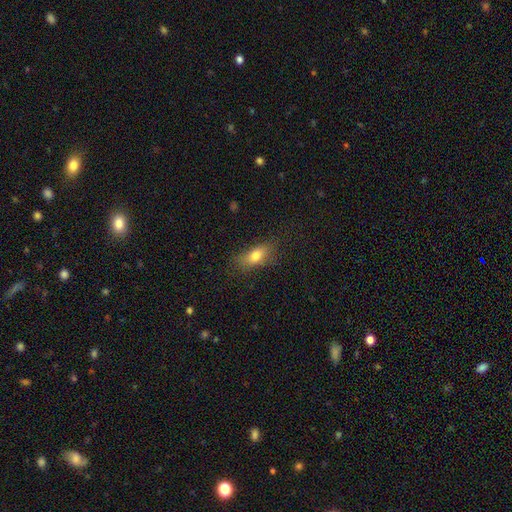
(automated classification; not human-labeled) A smooth galaxy with no disk features (77%) that is in between round and cigar-shaped (79%). Merging: none (75%).